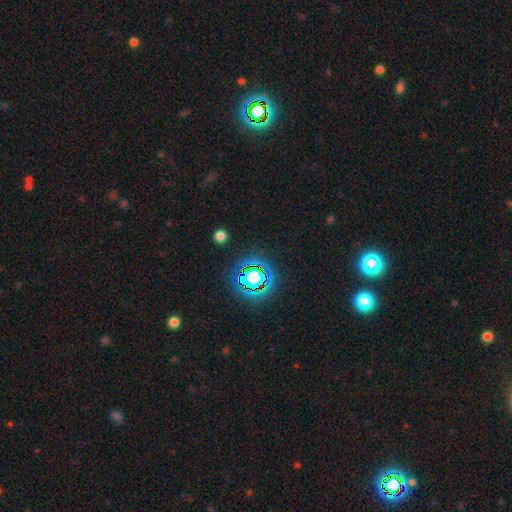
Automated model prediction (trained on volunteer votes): Smooth or featured? star or artifact (77%)